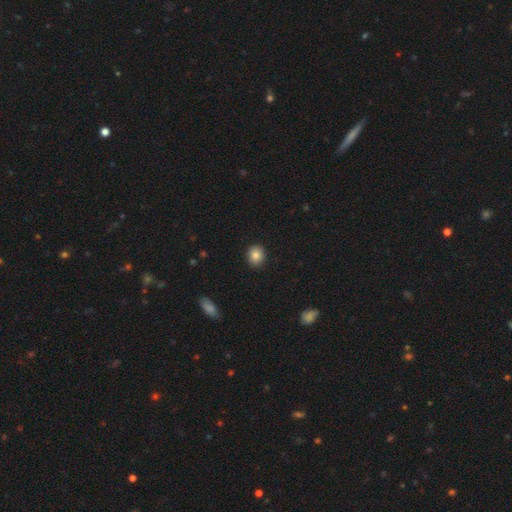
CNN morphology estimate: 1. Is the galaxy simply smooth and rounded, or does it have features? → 84% smooth, 9% star or artifact, 7% featured or disk.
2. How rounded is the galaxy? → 61% round, 38% in between, 1% cigar-shaped.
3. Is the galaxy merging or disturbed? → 89% none, 8% minor disturbance, 2% major disturbance, 1% merger.